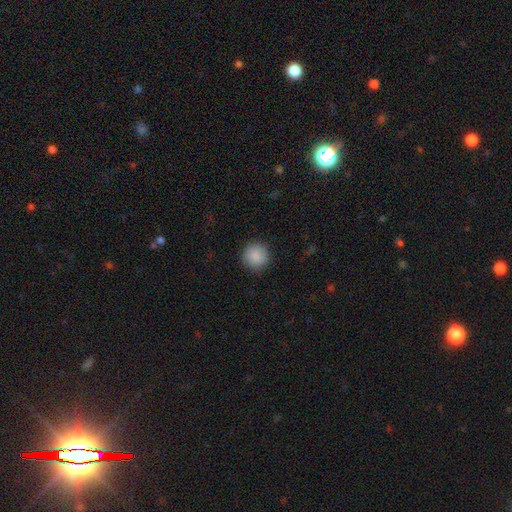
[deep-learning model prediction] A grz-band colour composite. It shows a smooth galaxy with no disk features (88%) that is round (94%). Merging: none (89%).